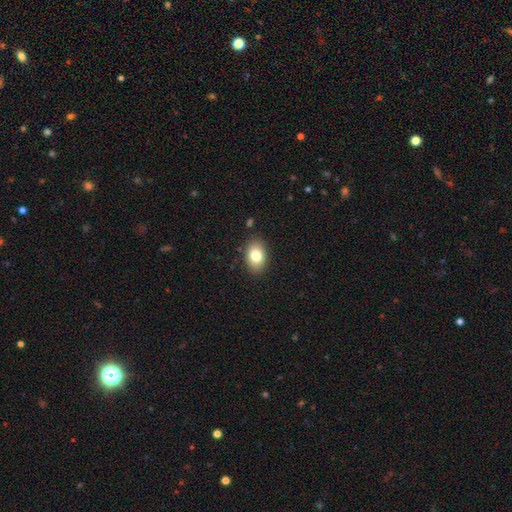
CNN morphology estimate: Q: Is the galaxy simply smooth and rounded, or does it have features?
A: smooth — 81%.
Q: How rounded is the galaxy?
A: in between — 84%.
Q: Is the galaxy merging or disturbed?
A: none — 87%.